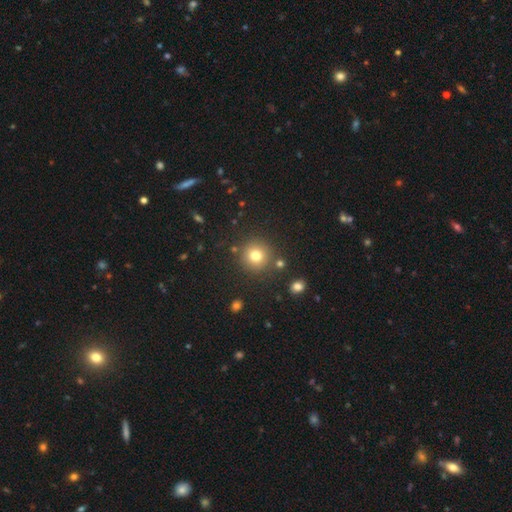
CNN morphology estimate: smooth-or-featured: smooth: 78% | star or artifact: 14% | featured or disk: 8%
  how-rounded: round: 94% | in between: 5% | cigar-shaped: 1%
  merging: none: 85% | minor disturbance: 7% | merger: 5% | major disturbance: 3%